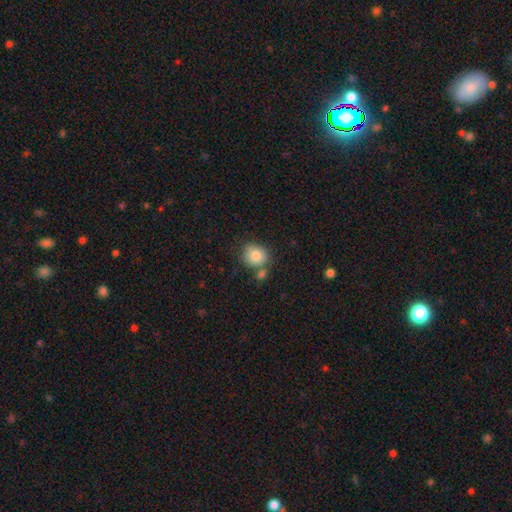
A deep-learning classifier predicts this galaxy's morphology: Smooth or featured?
  - smooth: 82% *
  - featured or disk: 9%
  - star or artifact: 9%
How rounded?
  - round: 78% *
  - in between: 21%
  - cigar-shaped: 1%
Merging?
  - none: 61% *
  - merger: 19%
  - minor disturbance: 16%
  - major disturbance: 4%